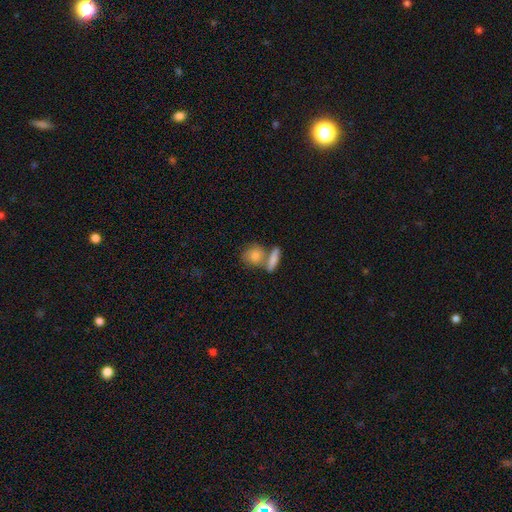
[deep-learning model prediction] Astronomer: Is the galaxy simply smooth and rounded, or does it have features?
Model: smooth — 59%.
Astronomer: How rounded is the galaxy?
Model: round — 55% (runner-up: in between, 36%).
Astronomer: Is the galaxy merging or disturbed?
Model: none — 50% (runner-up: merger, 36%).